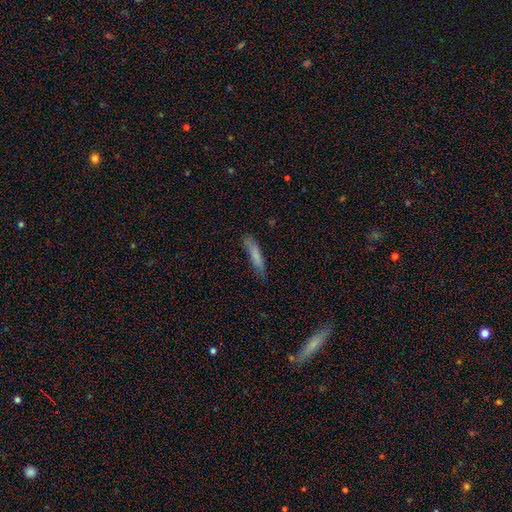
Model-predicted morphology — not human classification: Smooth or featured: smooth — 74% (featured or disk — 19%)
How rounded: cigar-shaped — 86% (in between — 13%)
Merging: none — 72% (minor disturbance — 21%)